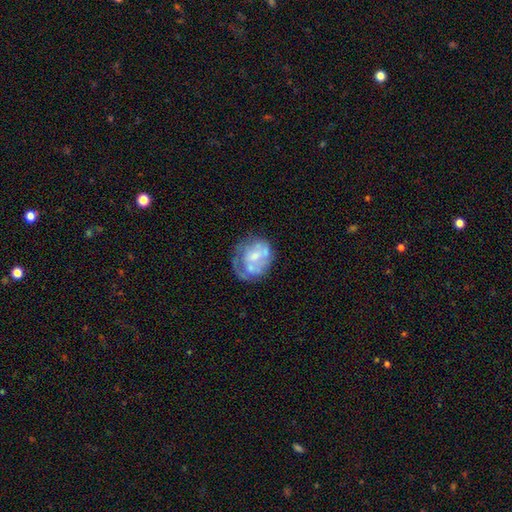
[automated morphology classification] This appears to be a featured or disk galaxy (60%) with no bar (75%), no spiral arms (63%) and a small central bulge (39%). Merging: none (44%).